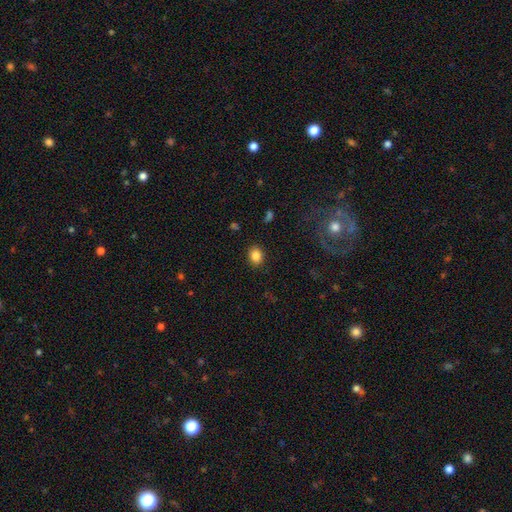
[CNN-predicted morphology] This is clearly a smooth galaxy (86%). How rounded: possibly in between (52%). Merging: clearly none (88%).